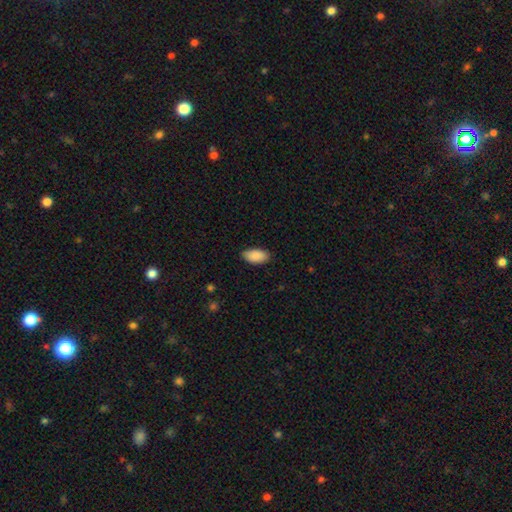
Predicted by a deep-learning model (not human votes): Smooth or featured? Predicted: smooth (p=0.90). How rounded? Predicted: in between (p=0.94). Merging? Predicted: none (p=0.83).